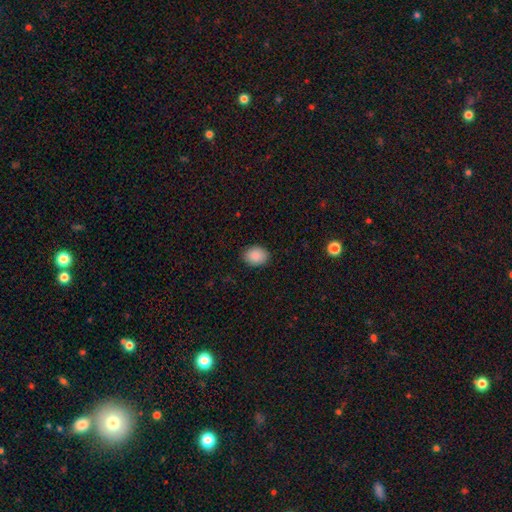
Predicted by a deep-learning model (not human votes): smooth-or-featured: smooth: 89% | star or artifact: 8% | featured or disk: 3%
  how-rounded: in between: 57% | round: 42% | cigar-shaped: 1%
  merging: none: 89% | minor disturbance: 8% | major disturbance: 2% | merger: 1%